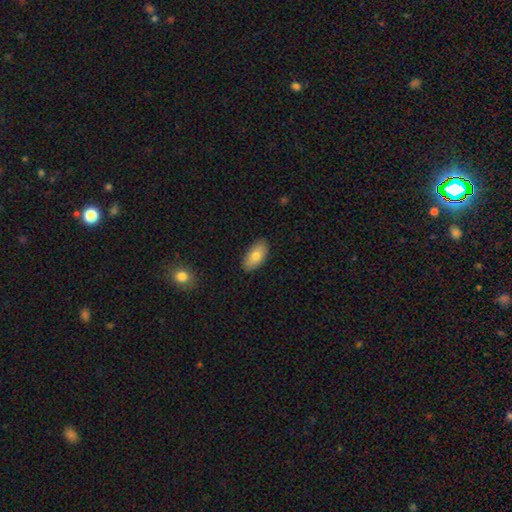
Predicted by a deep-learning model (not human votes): This is likely a smooth galaxy (78%). How rounded: clearly in between (93%). Merging: clearly none (88%).